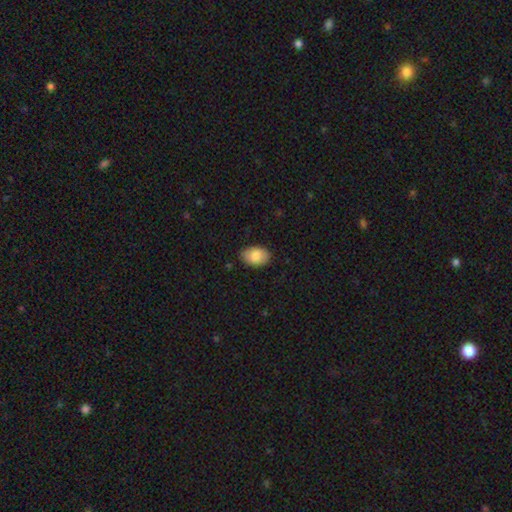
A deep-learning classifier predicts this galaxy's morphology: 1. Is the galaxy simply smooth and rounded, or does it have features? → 85% smooth, 8% featured or disk, 7% star or artifact.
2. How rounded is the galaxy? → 85% in between, 14% round, 1% cigar-shaped.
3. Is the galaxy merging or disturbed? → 82% none, 14% minor disturbance, 2% major disturbance, 1% merger.